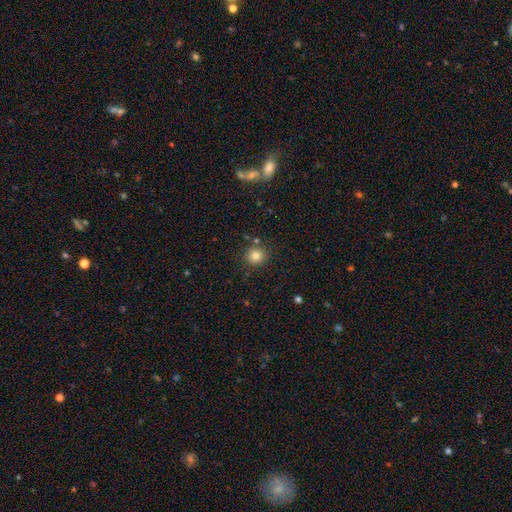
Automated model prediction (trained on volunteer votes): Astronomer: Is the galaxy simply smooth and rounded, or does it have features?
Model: smooth — 81%.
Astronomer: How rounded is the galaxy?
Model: round — 92%.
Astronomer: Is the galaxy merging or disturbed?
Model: none — 85%.